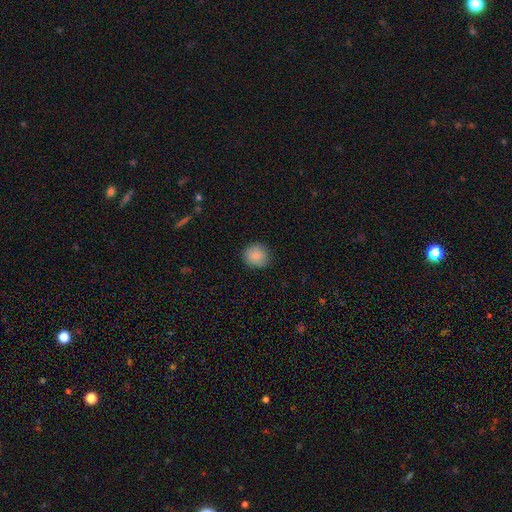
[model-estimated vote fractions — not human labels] Overall: smooth (86%). How rounded: round (82%). Merging: none (84%).